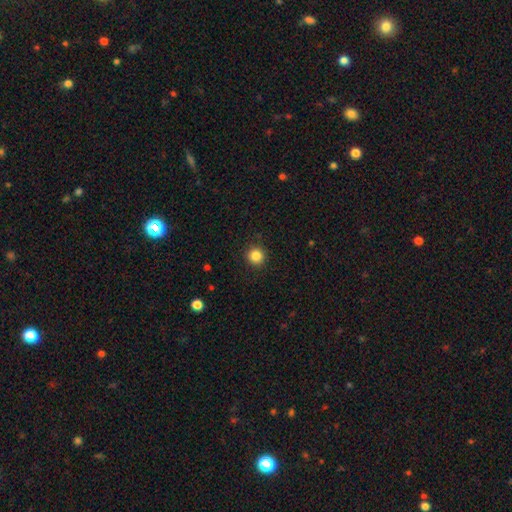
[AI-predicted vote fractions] Smooth or featured? smooth (85%)
How rounded? round (94%)
Merging? none (91%)